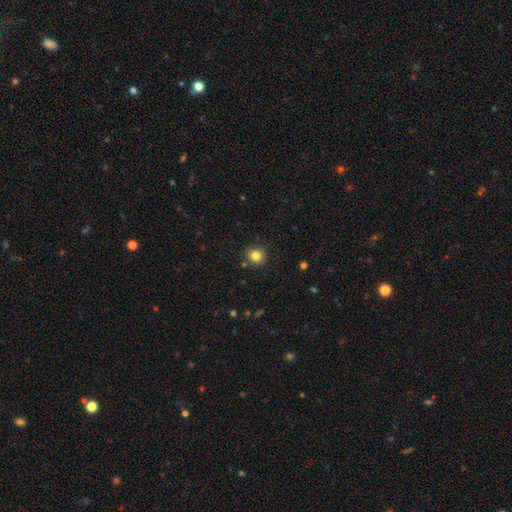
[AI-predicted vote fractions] Smooth or featured? Predicted: smooth (p=0.82). How rounded? Predicted: round (p=0.89). Merging? Predicted: none (p=0.87).